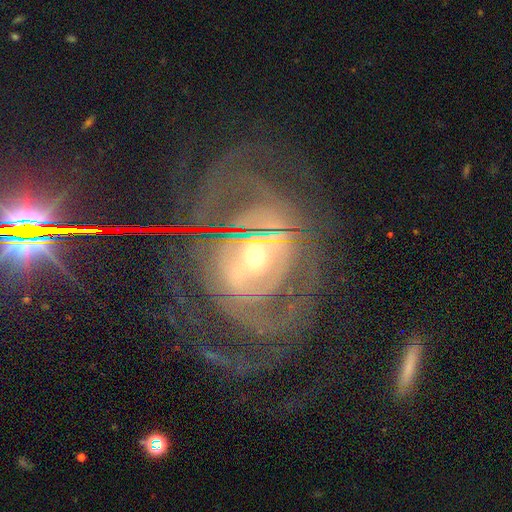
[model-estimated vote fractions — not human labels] This appears to be a featured or disk galaxy (83%) with a strong bar (38%), 2 (44%) tight (46%) spiral arms (81%) and a moderate central bulge (57%). Merging: none (59%).